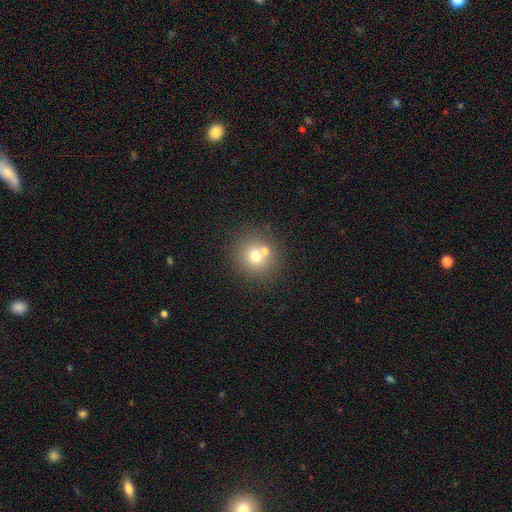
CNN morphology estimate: Smooth or featured? smooth (69%)
How rounded? round (89%)
Merging? none (62%)